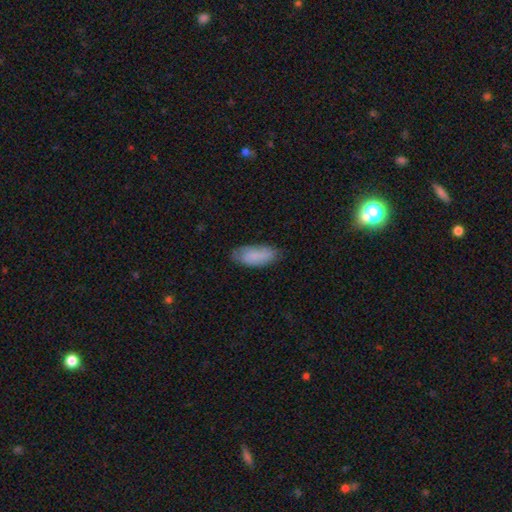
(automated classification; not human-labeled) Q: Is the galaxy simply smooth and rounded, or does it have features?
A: smooth — 81%.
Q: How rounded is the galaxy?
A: in between — 83%.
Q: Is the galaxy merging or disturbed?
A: none — 72%.